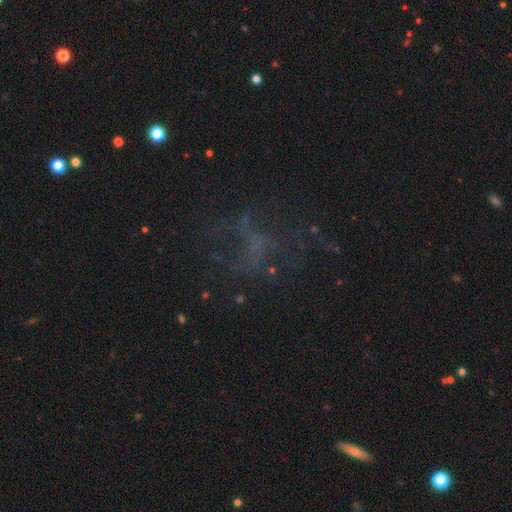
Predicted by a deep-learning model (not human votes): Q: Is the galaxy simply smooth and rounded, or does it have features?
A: star or artifact — 40%.